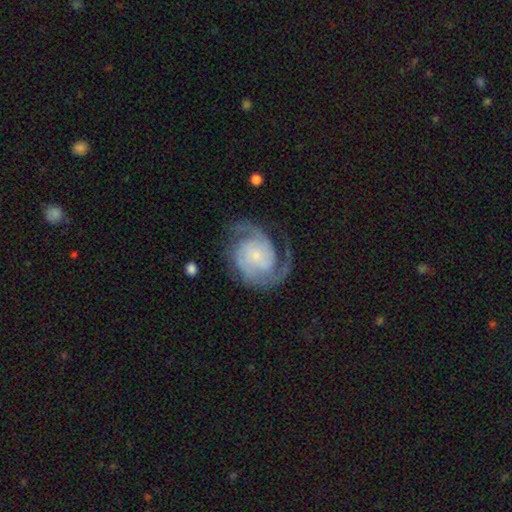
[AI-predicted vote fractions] This appears to be a featured or disk galaxy (90%) with no bar (64%), 2 (79%) tight (46%) spiral arms (98%) and a small central bulge (66%). Merging: none (72%).